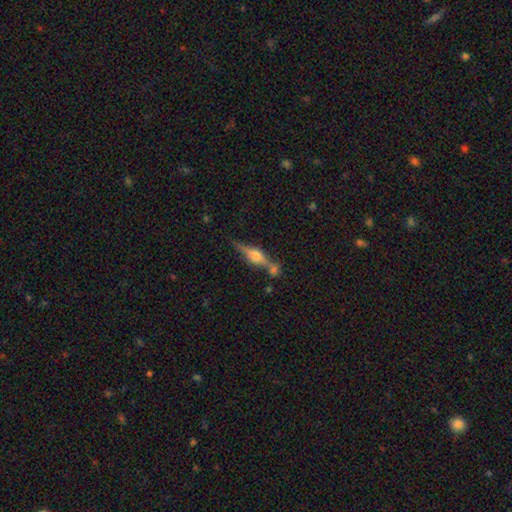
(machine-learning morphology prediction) Overall: featured or disk (77%). Edge-on disk: yes (97%). Edge-on bulge: rounded (91%). Merging: none (71%).